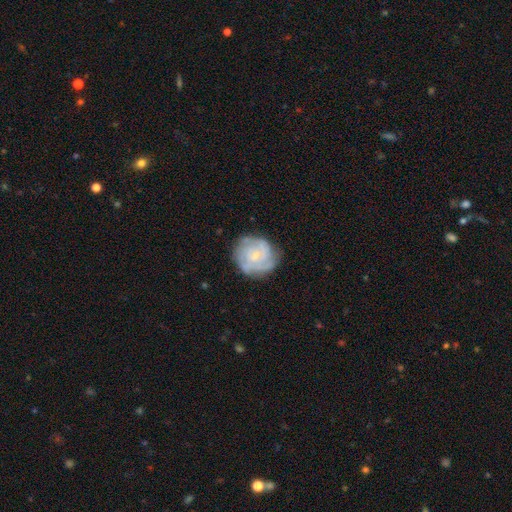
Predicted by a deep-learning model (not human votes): This is likely a featured or disk galaxy (73%). It is clearly not viewed edge-on (98%). Bar: likely no (71%). Spiral arm pattern: clearly yes (89%). Spiral arm count: marginally can't tell (39%). Spiral winding: likely tight (68%). Central bulge: likely small (72%). Merging: likely none (75%).